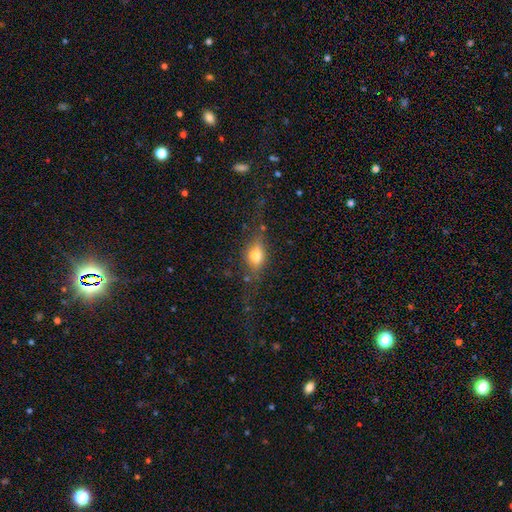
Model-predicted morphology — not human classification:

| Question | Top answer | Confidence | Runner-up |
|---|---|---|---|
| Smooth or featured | smooth | 55% | featured or disk (32%) |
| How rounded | in between | 63% | round (25%) |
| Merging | none | 66% | minor disturbance (19%) |